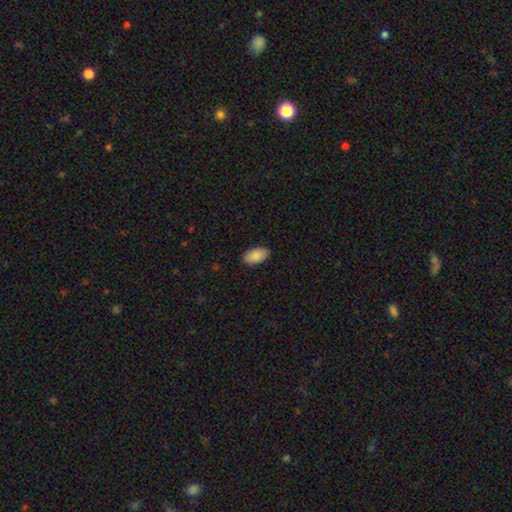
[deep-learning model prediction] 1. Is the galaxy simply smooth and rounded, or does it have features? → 89% smooth, 6% star or artifact, 4% featured or disk.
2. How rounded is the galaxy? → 95% in between, 3% round, 2% cigar-shaped.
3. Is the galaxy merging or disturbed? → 87% none, 10% minor disturbance, 2% major disturbance, 1% merger.